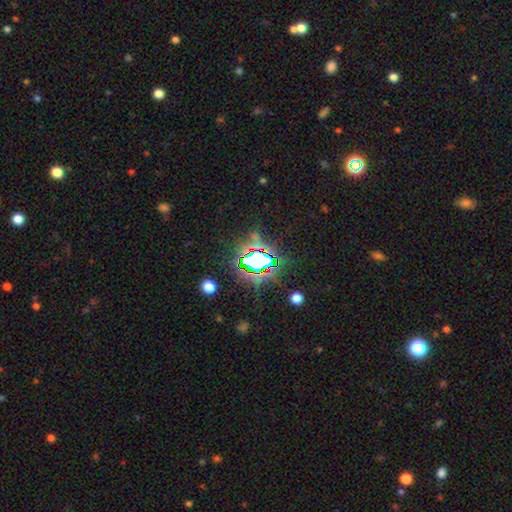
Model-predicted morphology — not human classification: A star or artifact, not a galaxy (72%).